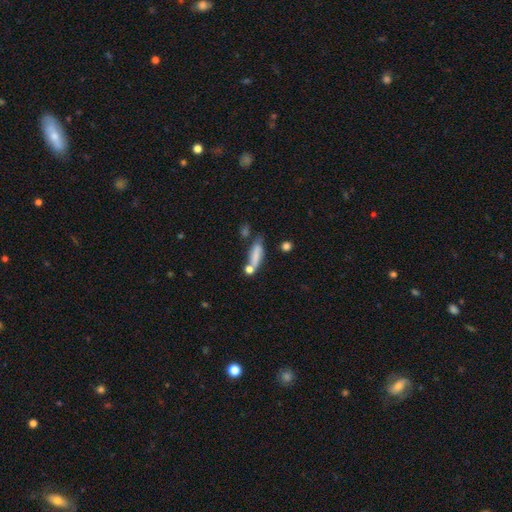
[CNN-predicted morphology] The model was most divided on "how rounded": cigar-shaped: 53%, in between: 43%, round: 4%. Remaining: smooth or featured — smooth (70%); merging — none (43%).